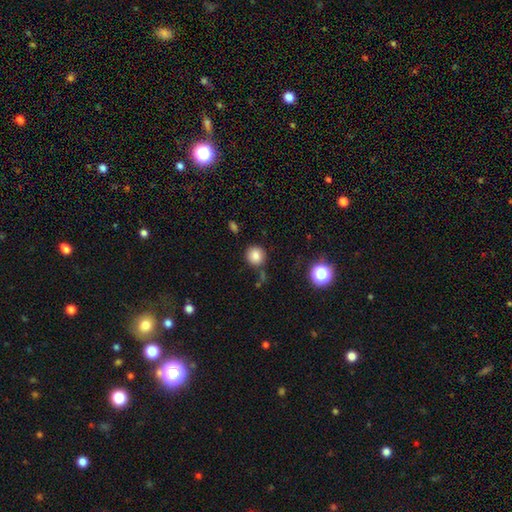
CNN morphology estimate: Smooth or featured? Predicted: smooth (p=0.83). How rounded? Predicted: round (p=0.89). Merging? Predicted: none (p=0.79).